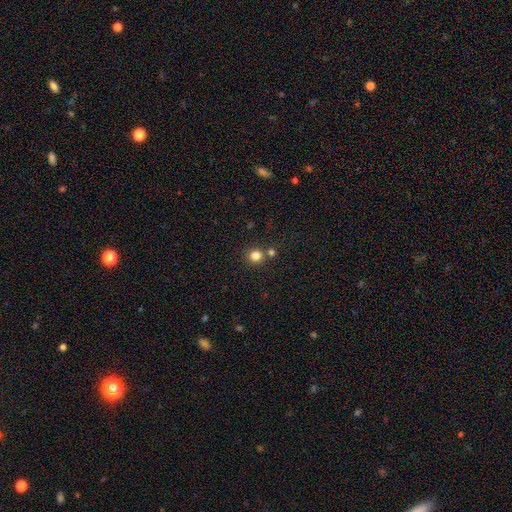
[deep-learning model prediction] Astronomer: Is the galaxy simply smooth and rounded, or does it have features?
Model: smooth — 80%.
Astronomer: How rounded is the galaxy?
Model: round — 92%.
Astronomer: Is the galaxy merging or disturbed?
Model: none — 76%.